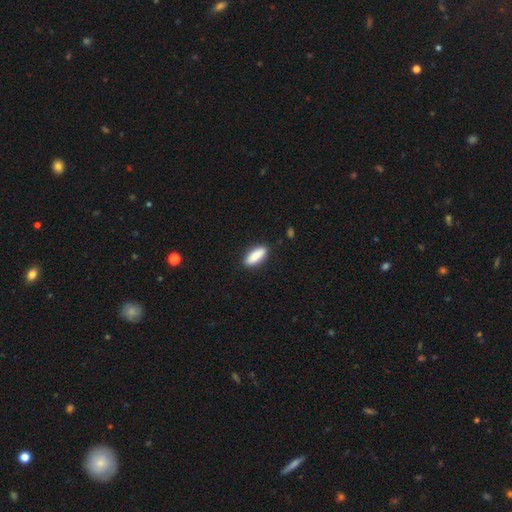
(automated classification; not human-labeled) Q: Smooth or featured?
A: smooth (89%); runner-up: star or artifact (6%)
Q: How rounded?
A: in between (69%); runner-up: cigar-shaped (29%)
Q: Merging?
A: none (88%); runner-up: minor disturbance (8%)